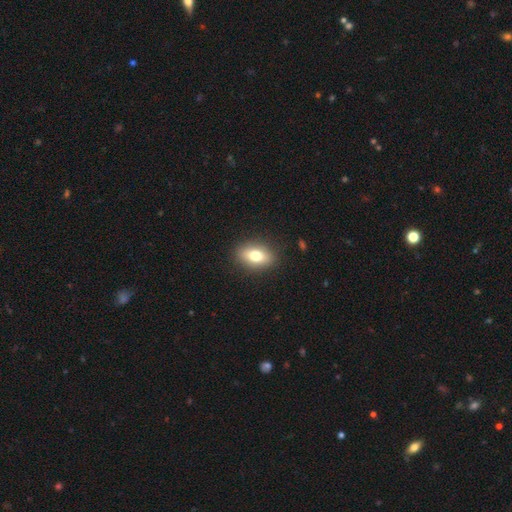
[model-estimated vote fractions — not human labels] smooth 76%, featured or disk 15%, star or artifact 9%. Down the decision tree: how rounded — in between (81%); merging — none (87%).